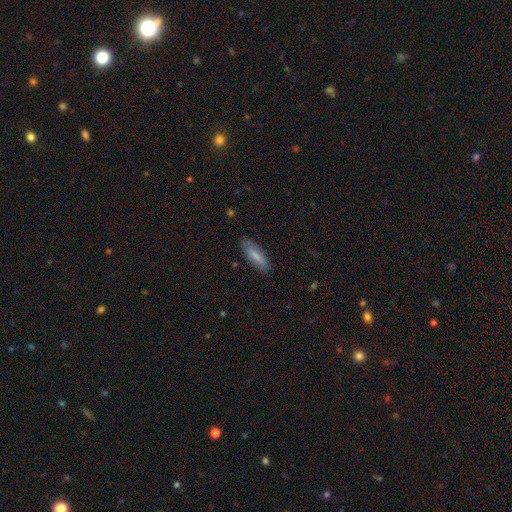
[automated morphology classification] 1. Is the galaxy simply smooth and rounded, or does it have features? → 79% smooth, 15% featured or disk, 6% star or artifact.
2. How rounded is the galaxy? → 50% cigar-shaped, 48% in between, 2% round.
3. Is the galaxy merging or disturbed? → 82% none, 14% minor disturbance, 3% major disturbance, 1% merger.